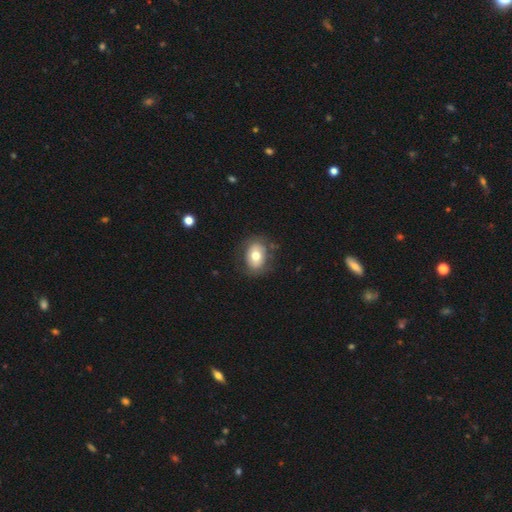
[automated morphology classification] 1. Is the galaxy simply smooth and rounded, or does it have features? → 70% smooth, 22% featured or disk, 8% star or artifact.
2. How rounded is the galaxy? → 64% in between, 35% round, 1% cigar-shaped.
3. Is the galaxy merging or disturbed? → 79% none, 14% minor disturbance, 6% major disturbance, 2% merger.